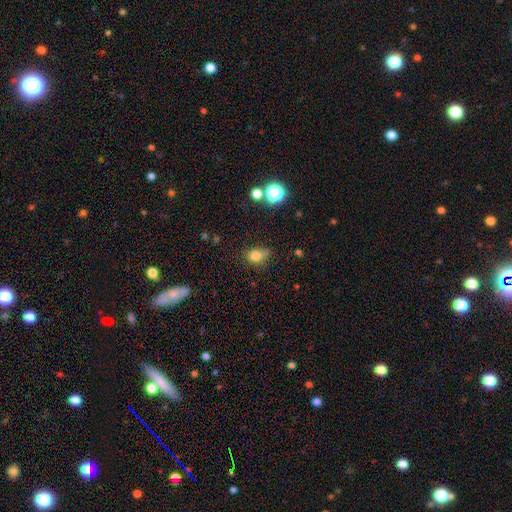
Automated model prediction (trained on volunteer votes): This is likely a smooth galaxy (78%). How rounded: possibly in between (60%). Merging: possibly none (59%).